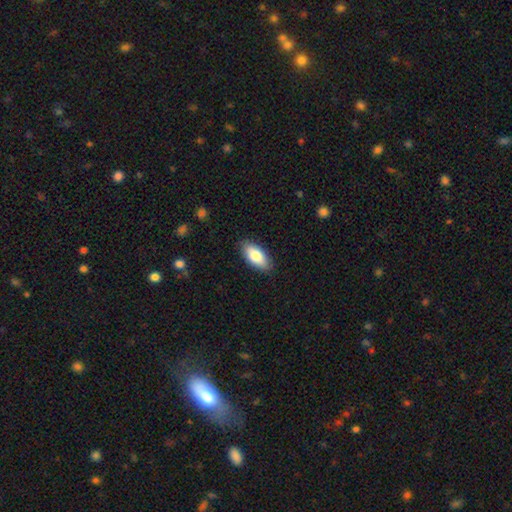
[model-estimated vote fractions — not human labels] A smooth galaxy with no disk features (82%) that is in between round and cigar-shaped (88%). Merging: none (87%).